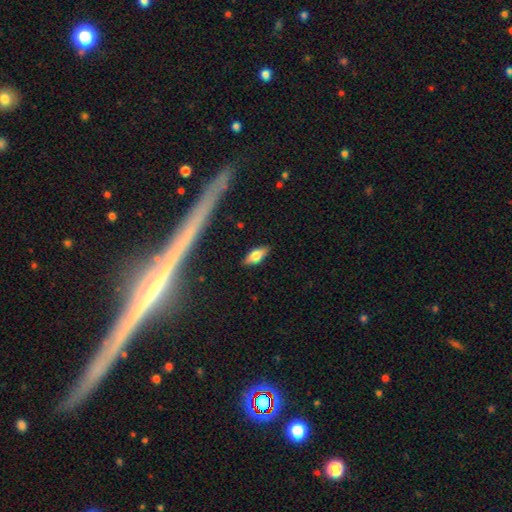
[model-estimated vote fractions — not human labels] Overall: smooth (64%; featured or disk 28%). How rounded: in between (78%). Merging: none (86%).